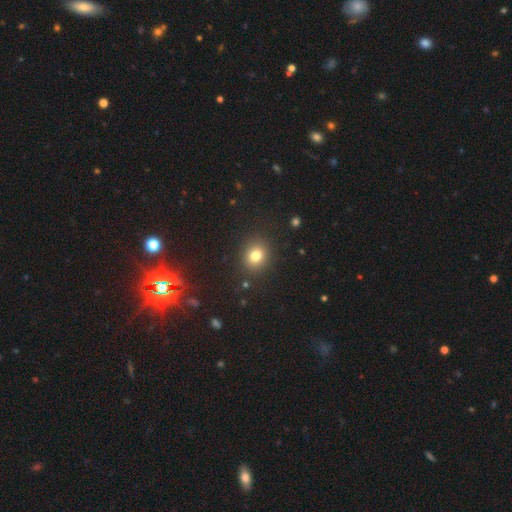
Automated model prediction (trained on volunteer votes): Q: Smooth or featured?
A: smooth (79%); runner-up: star or artifact (14%)
Q: How rounded?
A: round (75%); runner-up: in between (24%)
Q: Merging?
A: none (88%); runner-up: minor disturbance (8%)